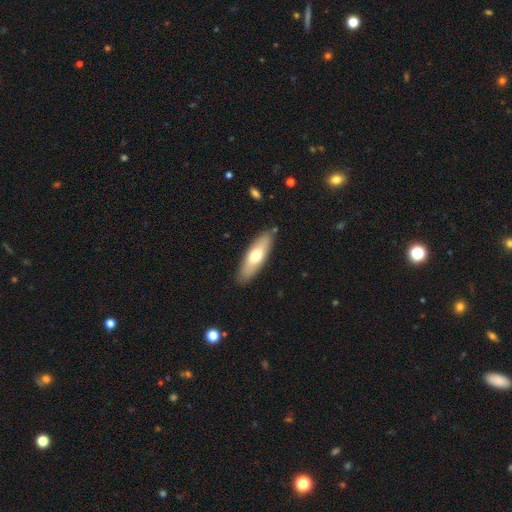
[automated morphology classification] Smooth or featured? smooth (61%)
How rounded? cigar-shaped (50%)
Merging? none (85%)